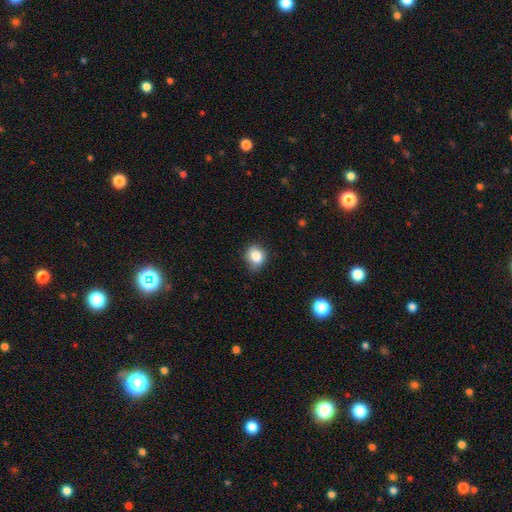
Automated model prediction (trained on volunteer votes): smooth 83%, star or artifact 10%, featured or disk 7%. Down the decision tree: how rounded — round (69%); merging — none (72%).